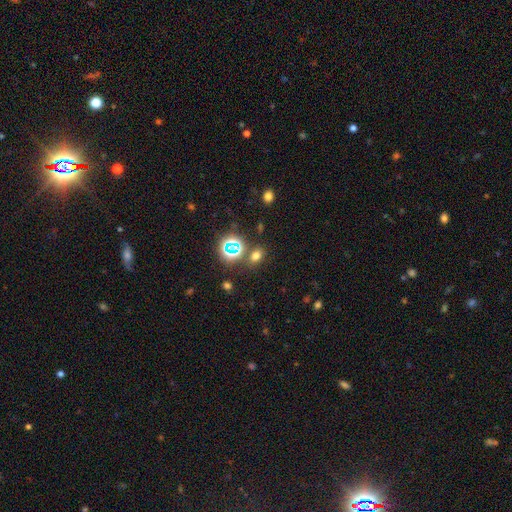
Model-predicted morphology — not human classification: This is likely a smooth galaxy (63%). How rounded: possibly in between (58%). Merging: likely none (79%).